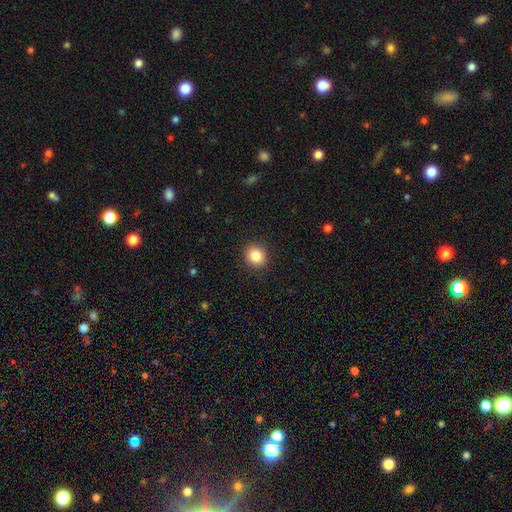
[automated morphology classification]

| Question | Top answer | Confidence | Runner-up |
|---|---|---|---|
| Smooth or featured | smooth | 85% | star or artifact (10%) |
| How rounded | round | 86% | in between (13%) |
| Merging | none | 91% | minor disturbance (6%) |